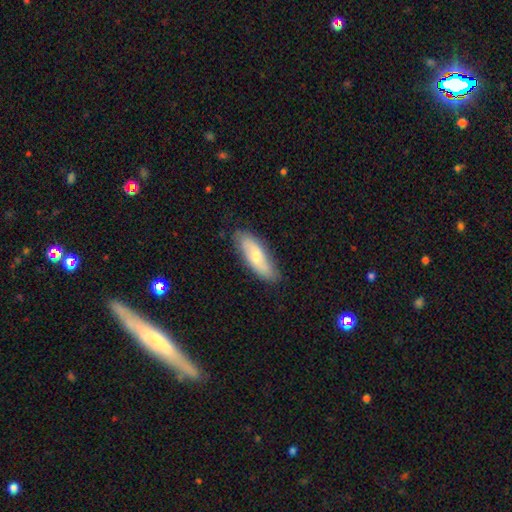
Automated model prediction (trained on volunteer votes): The model was most divided on "smooth or featured": smooth: 56%, featured or disk: 38%, star or artifact: 6%. More confident: merging — none (81%); how rounded — in between (60%).